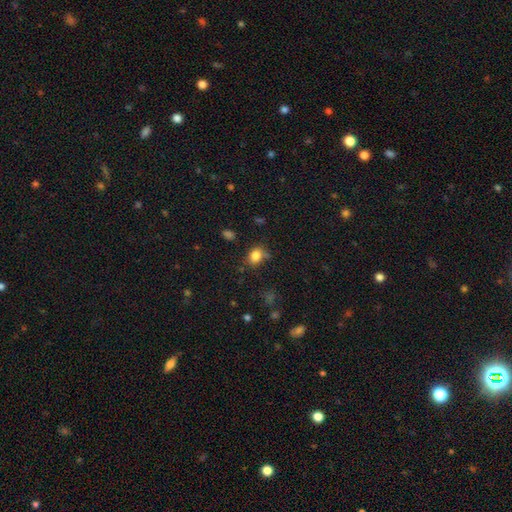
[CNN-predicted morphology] The model was most divided on "how rounded": in between: 56%, round: 43%, cigar-shaped: 1%. More confident: smooth or featured — smooth (83%); merging — none (69%).